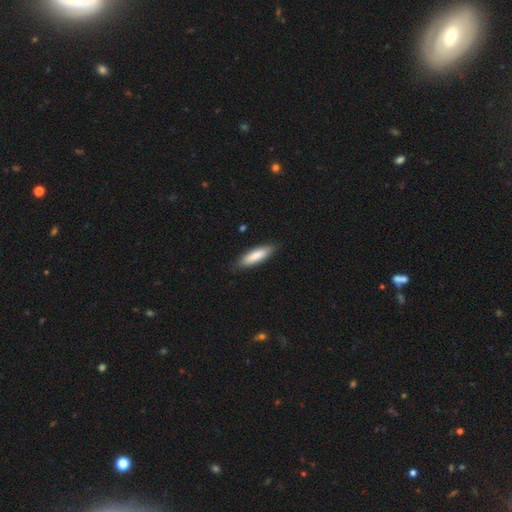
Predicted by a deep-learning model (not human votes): This appears to be a smooth galaxy with no disk features (81%) that is cigar-shaped (56%). Merging: none (86%).